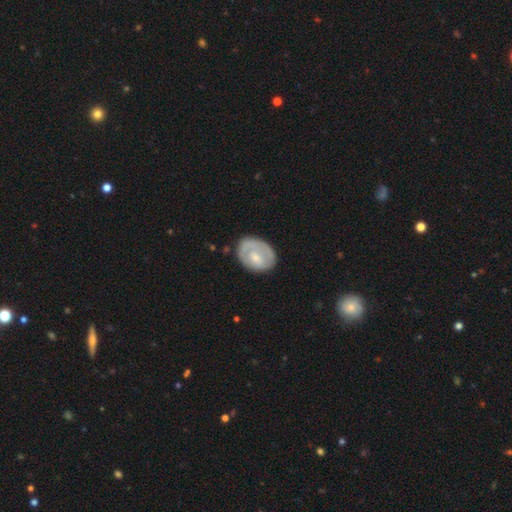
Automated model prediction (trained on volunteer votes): A featured or disk galaxy (49%).

Vote fractions:
- Smooth or featured? featured or disk: 49% / smooth: 45% / star or artifact: 6%
- Merging? none: 66% / minor disturbance: 22% / major disturbance: 10% / merger: 2%